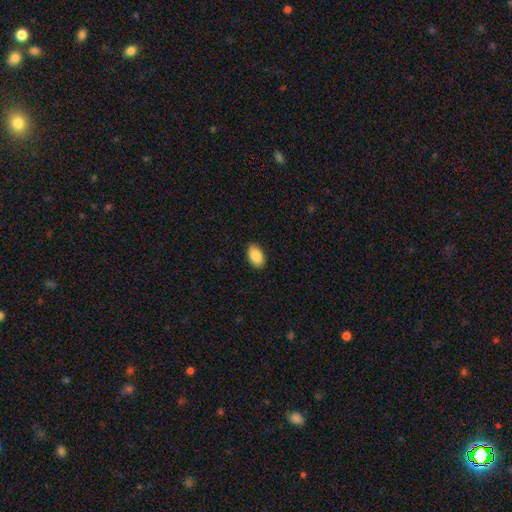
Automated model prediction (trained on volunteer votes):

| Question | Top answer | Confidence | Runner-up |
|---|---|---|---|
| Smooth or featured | smooth | 89% | star or artifact (7%) |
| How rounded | in between | 93% | round (6%) |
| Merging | none | 89% | minor disturbance (8%) |